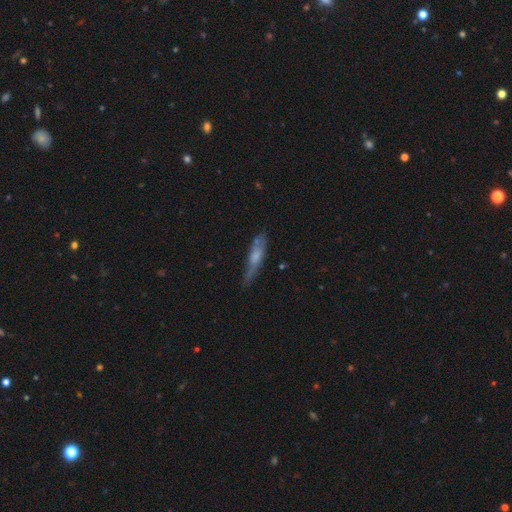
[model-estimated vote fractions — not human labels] Smooth or featured? smooth (48%)
Merging? none (60%)